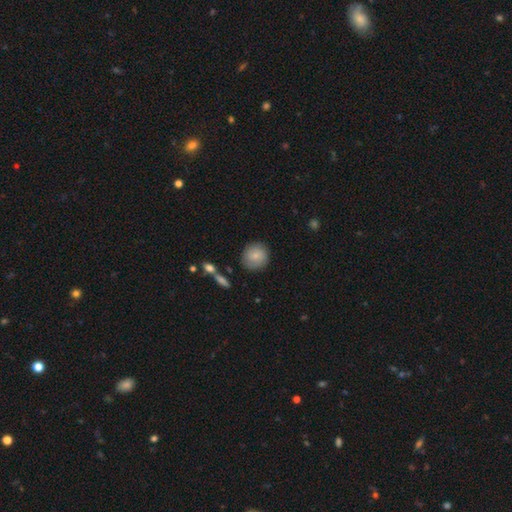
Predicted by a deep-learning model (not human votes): Smooth or featured?
  - smooth: 78% *
  - featured or disk: 15%
  - star or artifact: 7%
How rounded?
  - round: 87% *
  - in between: 12%
  - cigar-shaped: 1%
Merging?
  - none: 82% *
  - minor disturbance: 12%
  - major disturbance: 3%
  - merger: 2%